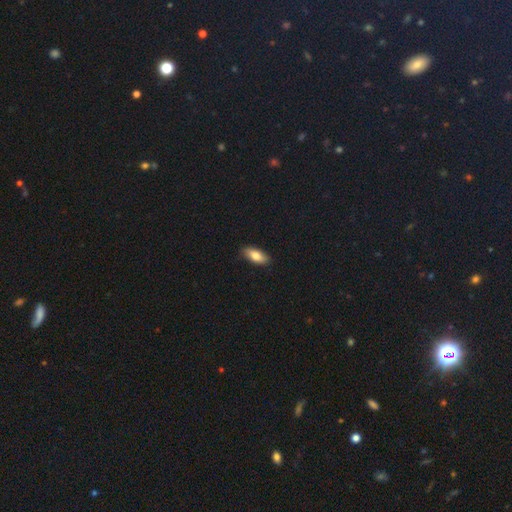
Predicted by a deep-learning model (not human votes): Overall: smooth (79%). How rounded: in between (84%). Merging: none (86%).